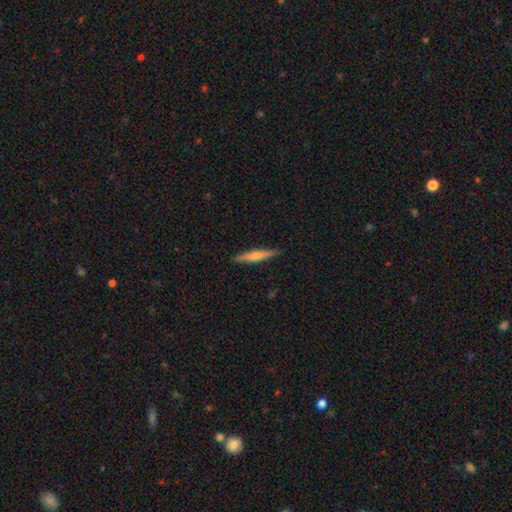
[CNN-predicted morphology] A smooth galaxy with no disk features (54%) that is cigar-shaped (92%).

Vote fractions:
- Smooth or featured? smooth: 54% / featured or disk: 41% / star or artifact: 6%
- How rounded? cigar-shaped: 92% / in between: 6% / round: 2%
- Merging? none: 90% / minor disturbance: 7% / major disturbance: 2% / merger: 1%